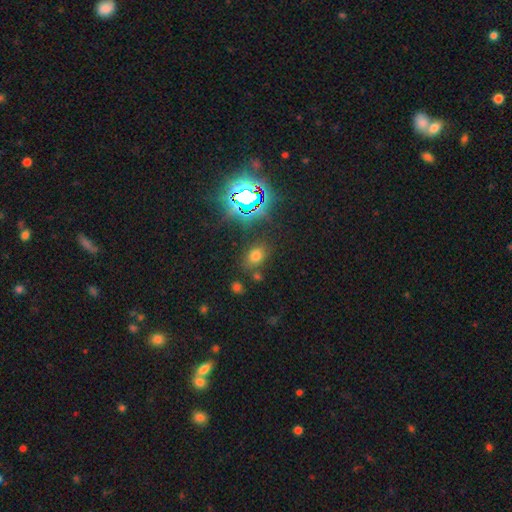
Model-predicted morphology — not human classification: smooth_or_featured: smooth (p=0.62) [alt: star or artifact p=0.29]
how_rounded: in between (p=0.68) [alt: round p=0.30]
merging: none (p=0.78) [alt: minor disturbance p=0.12]